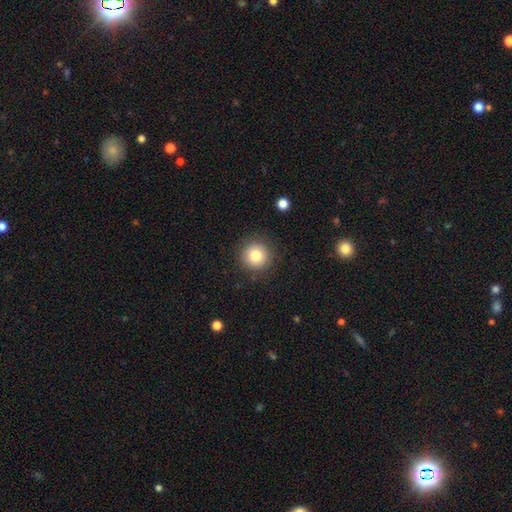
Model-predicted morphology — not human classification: Smooth or featured? smooth (81%)
How rounded? round (95%)
Merging? none (89%)